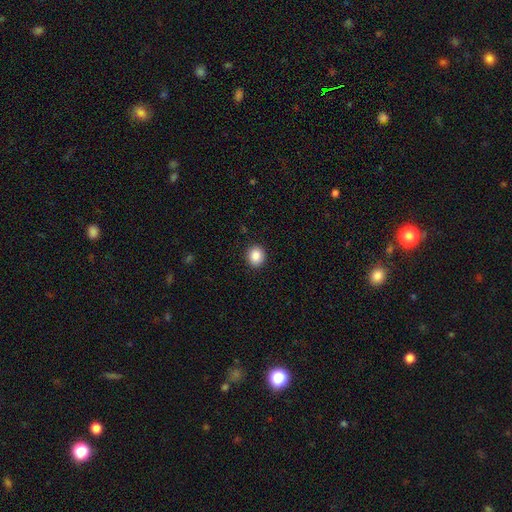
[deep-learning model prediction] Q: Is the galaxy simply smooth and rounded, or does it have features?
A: smooth — 87%.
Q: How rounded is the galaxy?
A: round — 82%.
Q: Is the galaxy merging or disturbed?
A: none — 92%.